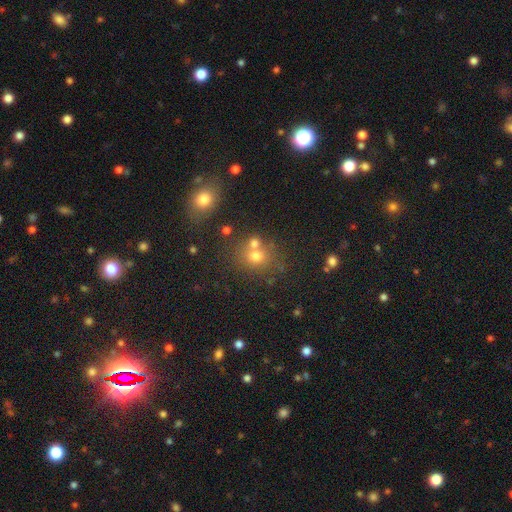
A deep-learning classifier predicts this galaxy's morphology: This is likely a smooth galaxy (67%). How rounded: likely round (74%). Merging: possibly none (57%).